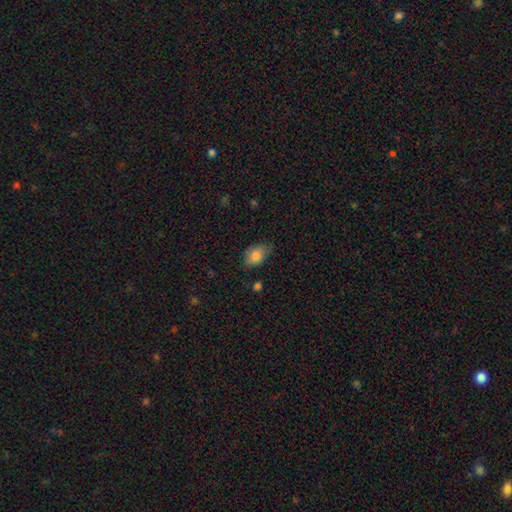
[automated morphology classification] The model was most divided on "merging": none: 67%, minor disturbance: 26%, major disturbance: 5%, merger: 1%. More confident: how rounded — in between (82%); smooth or featured — smooth (82%).